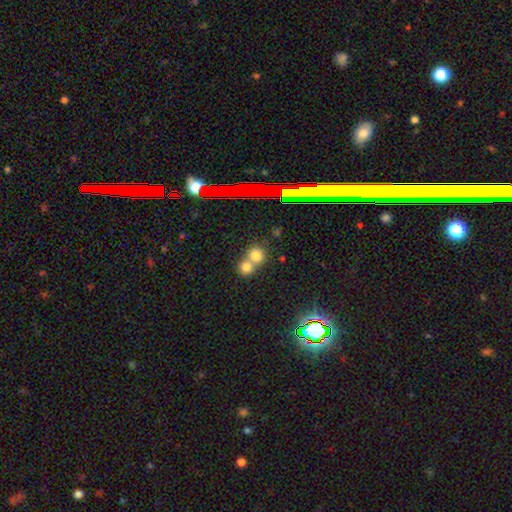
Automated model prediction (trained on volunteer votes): Smooth or featured?
  - smooth: 75% *
  - star or artifact: 14%
  - featured or disk: 11%
How rounded?
  - round: 81% *
  - in between: 18%
  - cigar-shaped: 1%
Merging?
  - merger: 56% *
  - none: 37%
  - minor disturbance: 5%
  - major disturbance: 2%